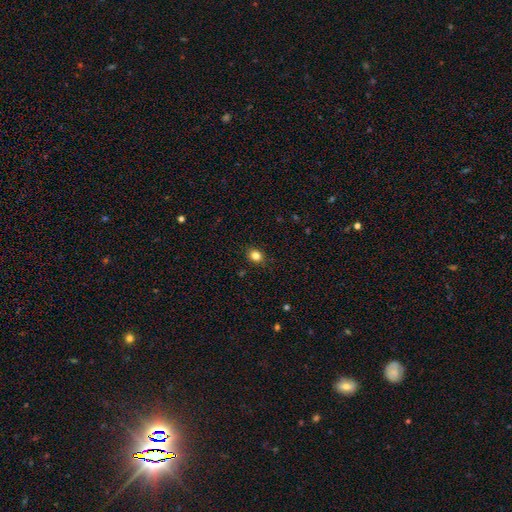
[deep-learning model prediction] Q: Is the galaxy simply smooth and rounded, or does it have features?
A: smooth — 83%.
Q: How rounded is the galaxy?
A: round — 61%.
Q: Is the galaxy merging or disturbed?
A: none — 89%.